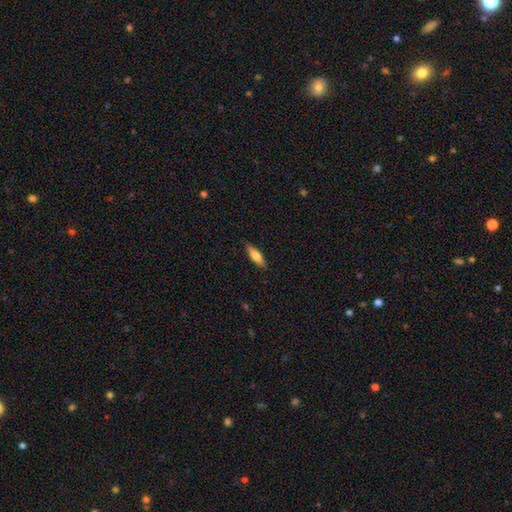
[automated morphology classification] Q: Smooth or featured?
A: smooth (61%); runner-up: featured or disk (33%)
Q: How rounded?
A: cigar-shaped (61%); runner-up: in between (37%)
Q: Merging?
A: none (86%); runner-up: minor disturbance (10%)